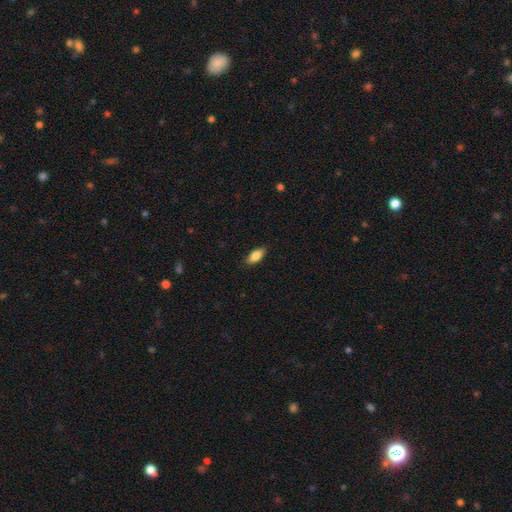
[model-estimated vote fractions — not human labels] Overall: smooth (81%). How rounded: in between (86%). Merging: none (86%).